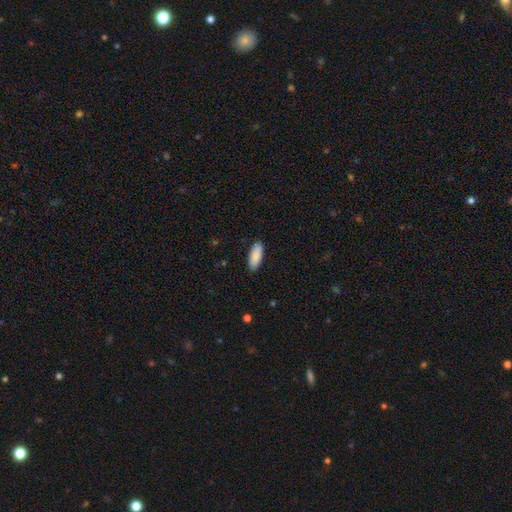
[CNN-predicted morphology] smooth 91%, star or artifact 5%, featured or disk 4%. Down the decision tree: how rounded — in between (79%); merging — none (90%).